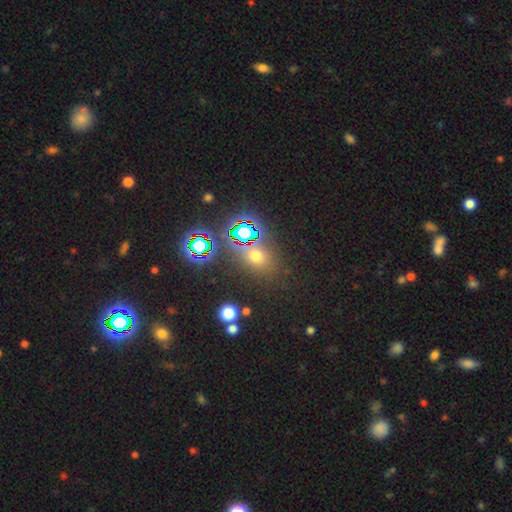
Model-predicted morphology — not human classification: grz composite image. It shows a smooth galaxy with no disk features (52%) that is round (64%). Merging: none (77%).